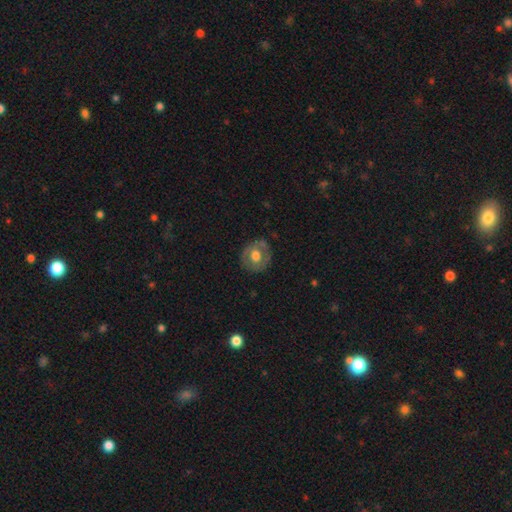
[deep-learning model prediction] Smooth or featured?
  - smooth: 49% *
  - featured or disk: 45%
  - star or artifact: 7%
Merging?
  - none: 79% *
  - minor disturbance: 15%
  - major disturbance: 5%
  - merger: 1%